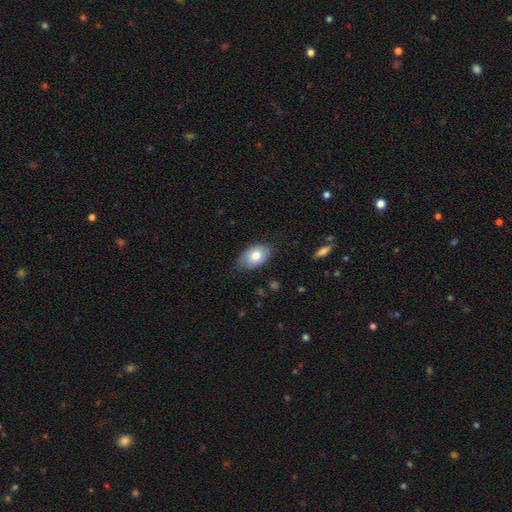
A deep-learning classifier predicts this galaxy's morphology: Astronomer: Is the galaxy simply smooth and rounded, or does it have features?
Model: smooth — 79%.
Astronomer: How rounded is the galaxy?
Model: in between — 90%.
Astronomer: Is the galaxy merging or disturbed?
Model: none — 75%.